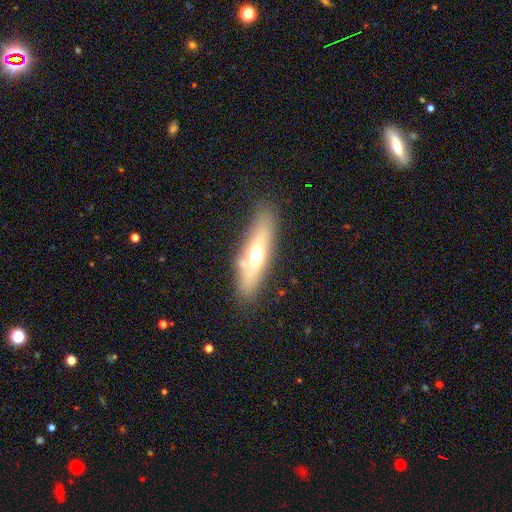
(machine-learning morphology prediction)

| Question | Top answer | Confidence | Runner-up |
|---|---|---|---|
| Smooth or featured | smooth | 50% | featured or disk (41%) |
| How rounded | cigar-shaped | 53% | in between (43%) |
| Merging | none | 80% | minor disturbance (12%) |